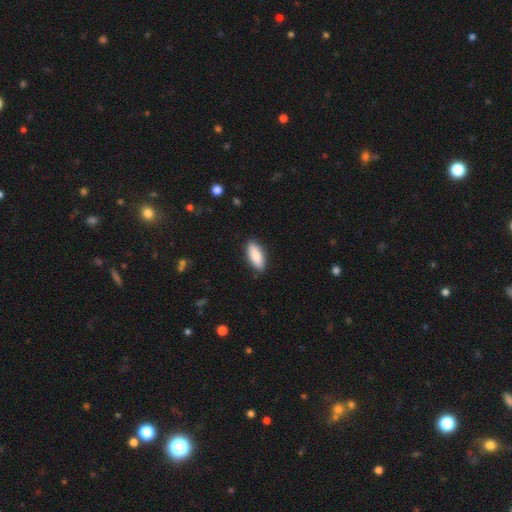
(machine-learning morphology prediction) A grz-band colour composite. It shows a smooth galaxy with no disk features (88%) that is in between round and cigar-shaped (77%). Merging: none (88%).